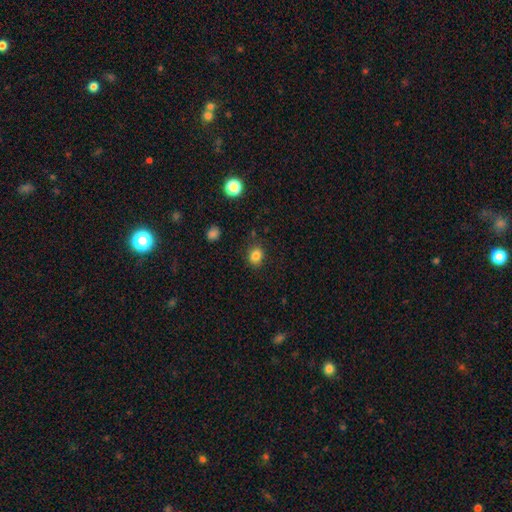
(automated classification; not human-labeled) This is clearly a smooth galaxy (83%). How rounded: likely round (61%). Merging: clearly none (85%).